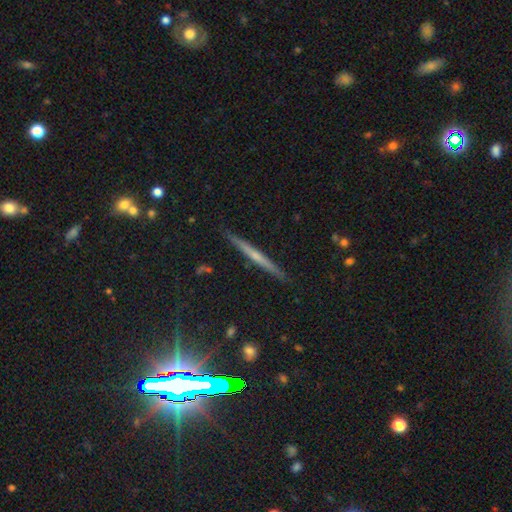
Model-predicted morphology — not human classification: A featured or disk galaxy (60%) viewed edge-on (97%) with no central bulge (52%).

Vote fractions:
- Smooth or featured? featured or disk: 60% / smooth: 29% / star or artifact: 10%
- Edge-on disk? yes: 97% / no: 3%
- Edge-on bulge? none: 52% / rounded: 42% / boxy: 6%
- Merging? none: 91% / minor disturbance: 7% / major disturbance: 1% / merger: 1%